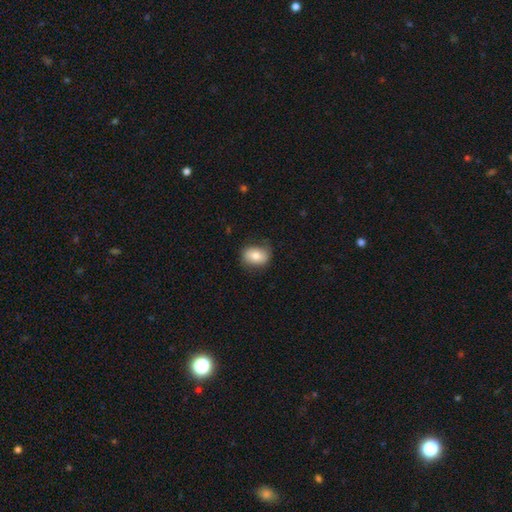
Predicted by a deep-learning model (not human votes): Smooth or featured? Predicted: smooth (p=0.75). How rounded? Predicted: in between (p=0.69). Merging? Predicted: none (p=0.75).